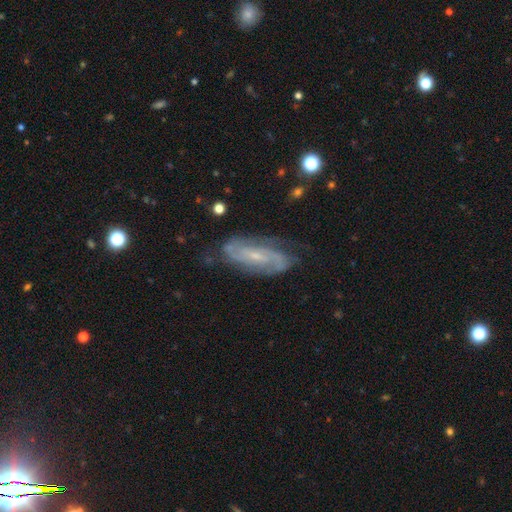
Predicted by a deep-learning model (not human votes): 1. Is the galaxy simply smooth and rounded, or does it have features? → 82% featured or disk, 12% smooth, 7% star or artifact.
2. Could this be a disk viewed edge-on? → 90% no, 10% yes.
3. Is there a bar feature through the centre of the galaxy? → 43% no, 40% weak, 17% strong.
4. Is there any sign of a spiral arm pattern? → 94% yes, 6% no.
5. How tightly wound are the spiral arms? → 42% medium (tied), 42% tight (tied), 16% loose.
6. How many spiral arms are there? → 56% 2, 22% can't tell, 11% 3, 4% 4, 3% 1, 3% more than 4.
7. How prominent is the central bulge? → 72% small, 21% moderate, 5% none, 1% large, 1% dominant.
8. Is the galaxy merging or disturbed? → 72% none, 20% minor disturbance, 6% major disturbance, 2% merger.